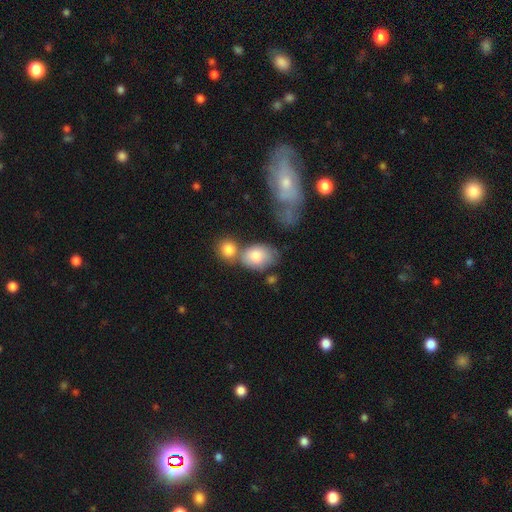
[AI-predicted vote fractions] smooth_or_featured: smooth (p=0.77) [alt: featured or disk p=0.16]
how_rounded: in between (p=0.80) [alt: round p=0.19]
merging: merger (p=0.41) [alt: none p=0.35]